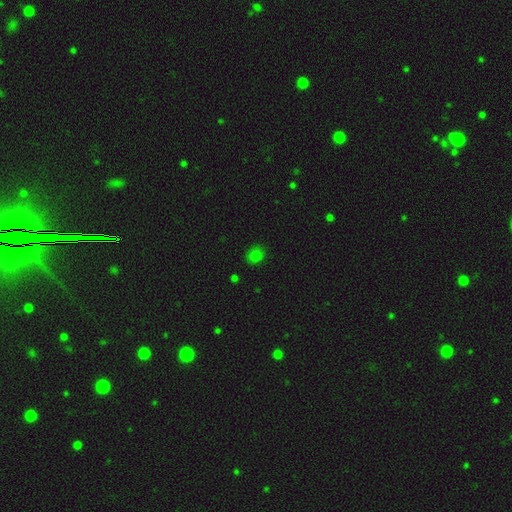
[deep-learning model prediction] Smooth or featured: smooth — 77% (star or artifact — 19%)
How rounded: round — 61% (in between — 37%)
Merging: none — 82% (minor disturbance — 13%)